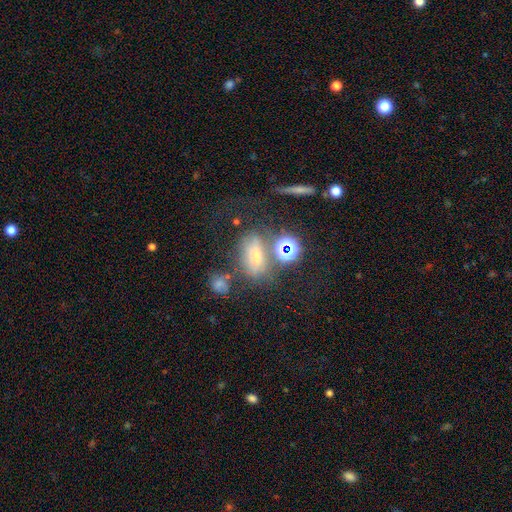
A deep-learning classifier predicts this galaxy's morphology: Q: Smooth or featured?
A: smooth (50%); runner-up: star or artifact (27%)
Q: How rounded?
A: in between (75%); runner-up: round (19%)
Q: Merging?
A: none (50%); runner-up: minor disturbance (18%)